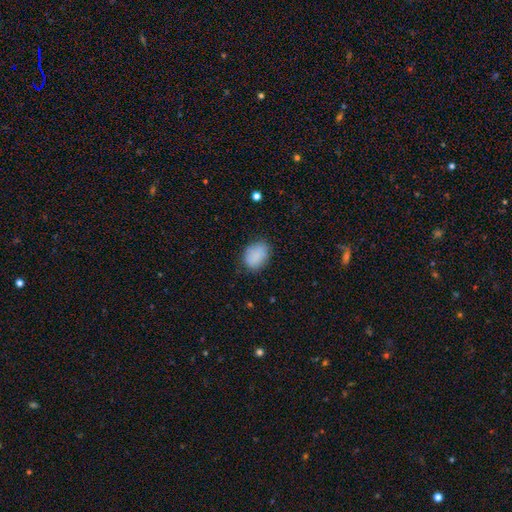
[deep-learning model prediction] Smooth or featured? smooth (88%)
How rounded? in between (76%)
Merging? none (79%)